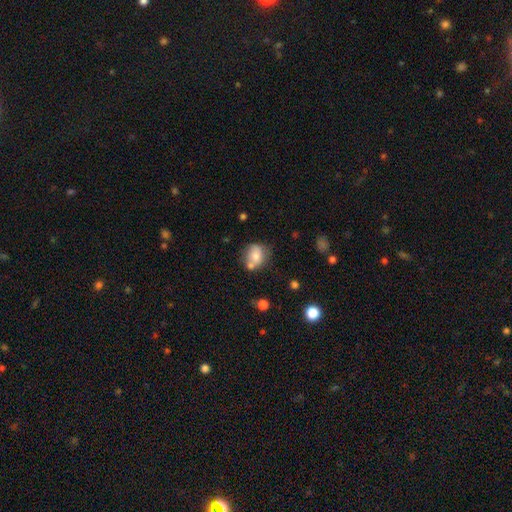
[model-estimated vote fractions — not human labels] A smooth galaxy with no disk features (71%) that is round (62%).

Vote fractions:
- Smooth or featured? smooth: 71% / featured or disk: 20% / star or artifact: 9%
- How rounded? round: 62% / in between: 37% / cigar-shaped: 1%
- Merging? none: 52% / merger: 22% / minor disturbance: 20% / major disturbance: 6%